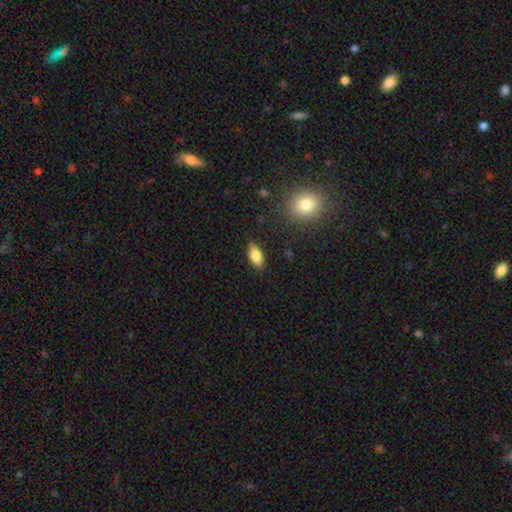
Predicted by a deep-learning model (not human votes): This appears to be a smooth galaxy with no disk features (79%) that is in between round and cigar-shaped (85%). Merging: none (85%).